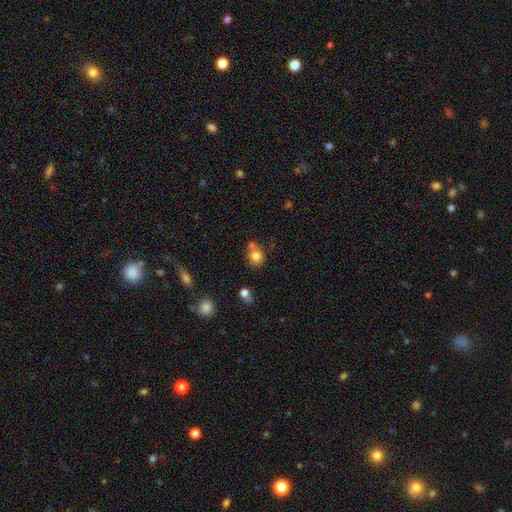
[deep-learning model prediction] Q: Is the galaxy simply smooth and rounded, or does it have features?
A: smooth — 78%.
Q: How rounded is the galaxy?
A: round — 68%.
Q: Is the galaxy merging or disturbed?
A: none — 53%.